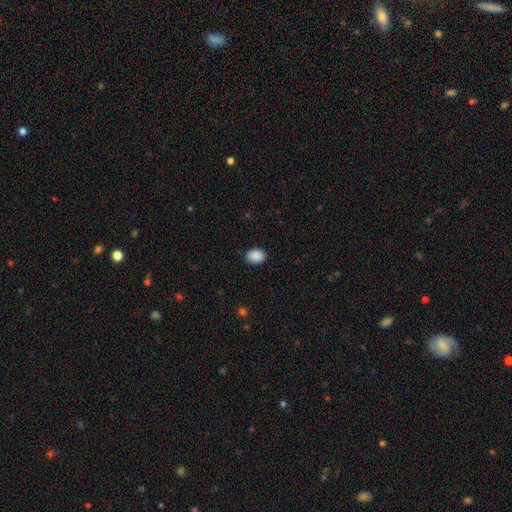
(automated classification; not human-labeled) Q: Smooth or featured?
A: smooth (90%); runner-up: star or artifact (7%)
Q: How rounded?
A: in between (71%); runner-up: round (28%)
Q: Merging?
A: none (88%); runner-up: minor disturbance (9%)